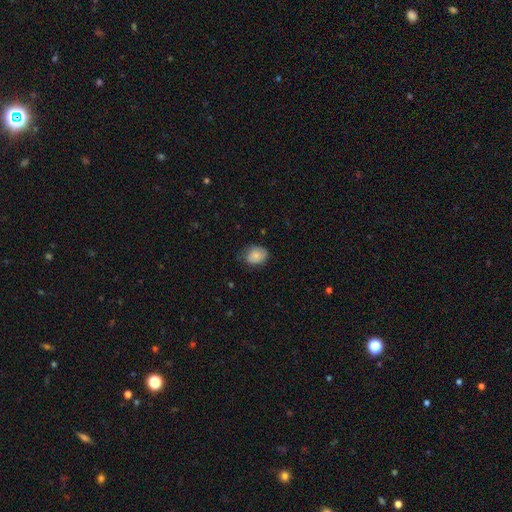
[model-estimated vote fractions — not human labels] A smooth galaxy with no disk features (82%) that is in between round and cigar-shaped (62%). Merging: none (65%).